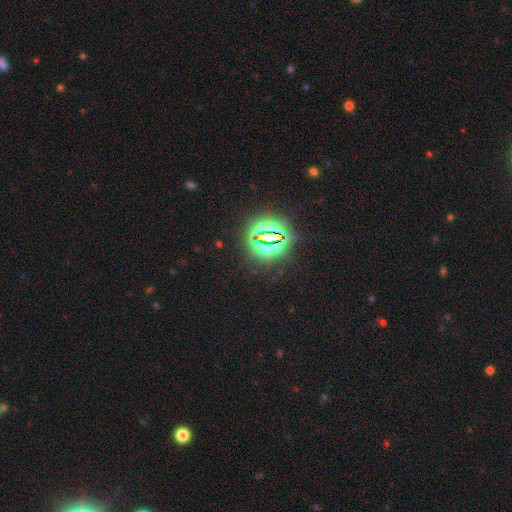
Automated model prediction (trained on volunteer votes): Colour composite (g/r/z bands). It shows a star or artifact, not a galaxy (83%).